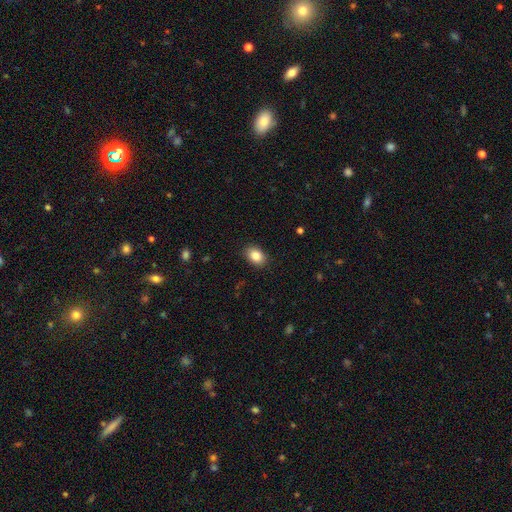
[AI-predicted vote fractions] smooth_or_featured: smooth (p=0.85) [alt: star or artifact p=0.09]
how_rounded: in between (p=0.78) [alt: round p=0.21]
merging: none (p=0.88) [alt: minor disturbance p=0.08]